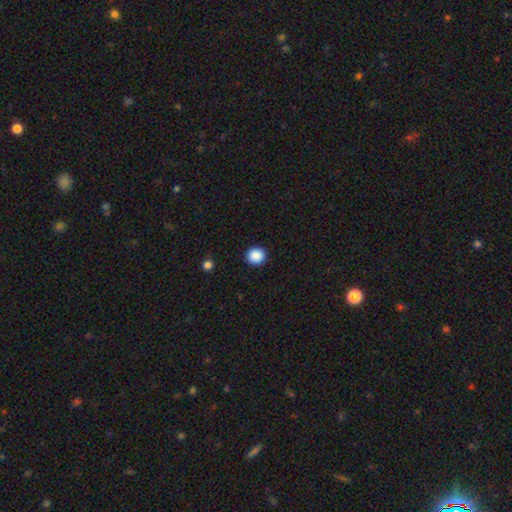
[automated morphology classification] This appears to be a smooth galaxy with no disk features (89%) that is round (89%). Merging: none (92%).